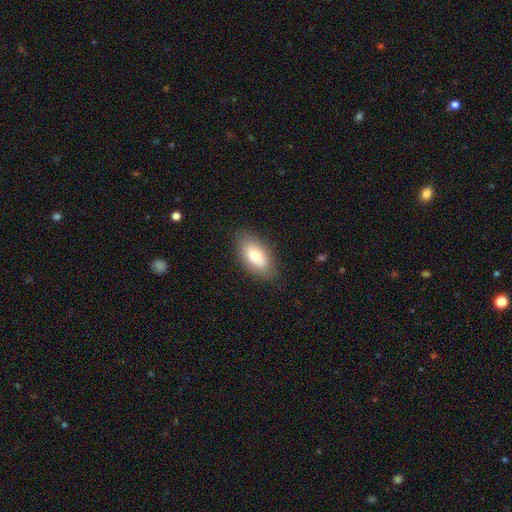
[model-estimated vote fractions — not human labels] Smooth or featured: smooth — 71% (featured or disk — 22%)
How rounded: in between — 91% (round — 5%)
Merging: none — 82% (minor disturbance — 13%)